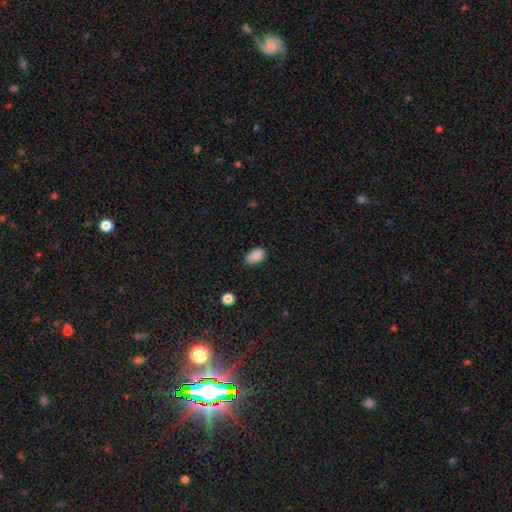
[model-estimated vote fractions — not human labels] A smooth galaxy with no disk features (88%) that is in between round and cigar-shaped (91%).

Vote fractions:
- Smooth or featured? smooth: 88% / star or artifact: 8% / featured or disk: 3%
- How rounded? in between: 91% / round: 7% / cigar-shaped: 1%
- Merging? none: 77% / minor disturbance: 19% / major disturbance: 3% / merger: 1%